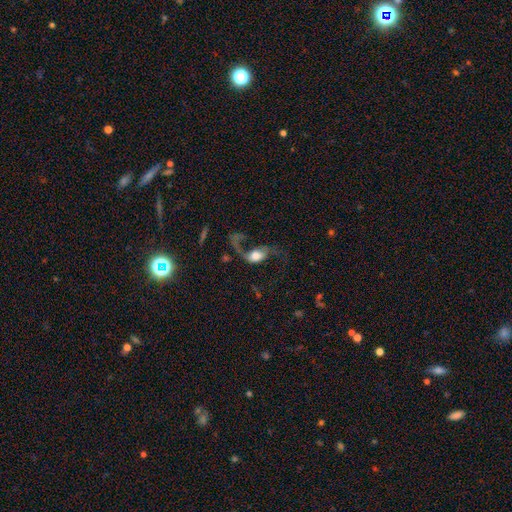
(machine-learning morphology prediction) smooth-or-featured: featured or disk: 62% | smooth: 29% | star or artifact: 9%
  disk-edge-on: no: 95% | yes: 5%
    bar: no: 66% | weak: 25% | strong: 9%
    has-spiral-arms: yes: 82% | no: 18%
    bulge-size: large: 45% | moderate: 28% | dominant: 15% | small: 8% | none: 4%
  merging: major disturbance: 47% | none: 31% | minor disturbance: 14% | merger: 7%